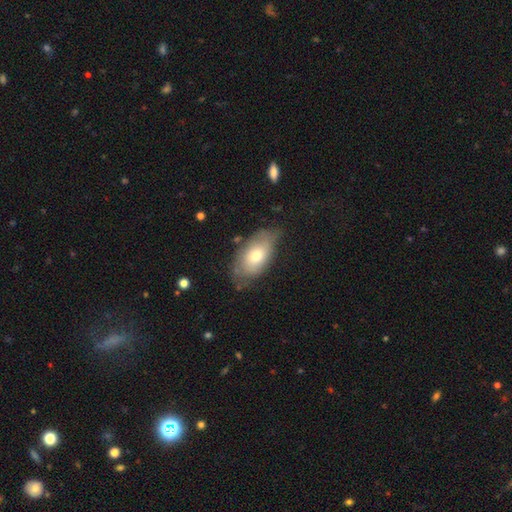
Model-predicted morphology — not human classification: smooth 67%, featured or disk 26%, star or artifact 7%. Down the decision tree: how rounded — in between (92%); merging — none (64%).